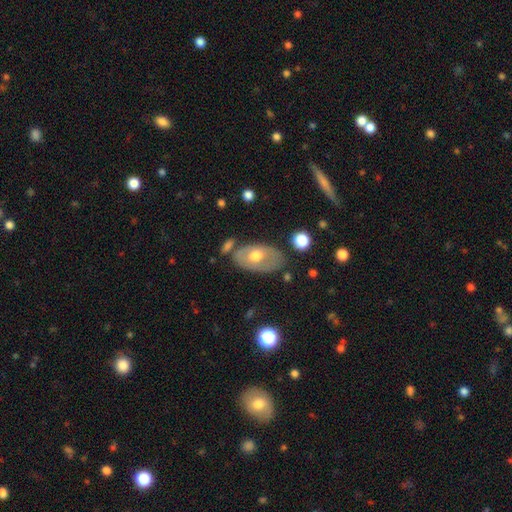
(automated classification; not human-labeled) Smooth or featured? smooth (50%)
How rounded? in between (90%)
Merging? none (62%)